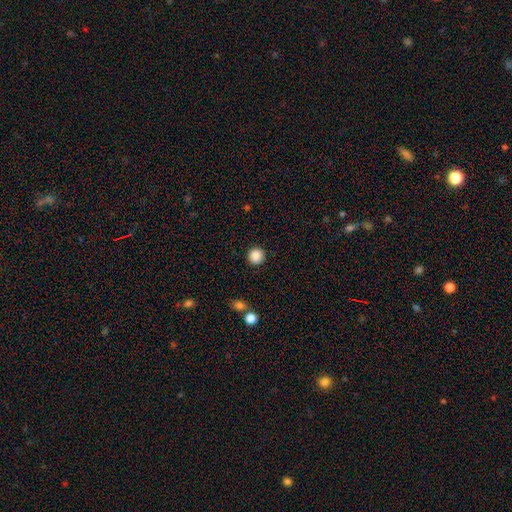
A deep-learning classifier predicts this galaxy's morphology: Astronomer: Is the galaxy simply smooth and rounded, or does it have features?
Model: smooth — 88%.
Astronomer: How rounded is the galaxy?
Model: round — 94%.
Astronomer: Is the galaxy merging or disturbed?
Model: none — 92%.